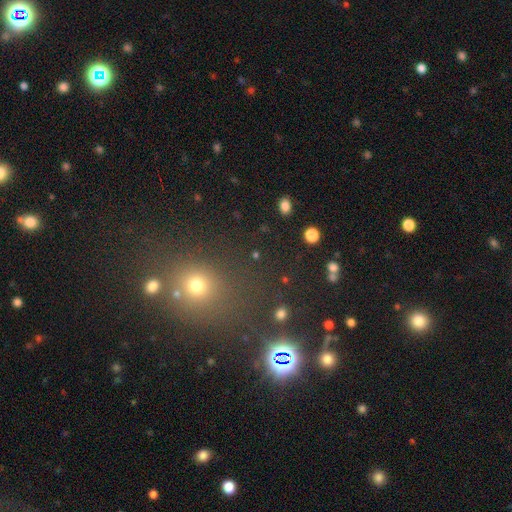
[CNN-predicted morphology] Smooth or featured?
  - smooth: 49% *
  - star or artifact: 43%
  - featured or disk: 9%
Merging?
  - none: 80% *
  - minor disturbance: 8%
  - merger: 7%
  - major disturbance: 5%